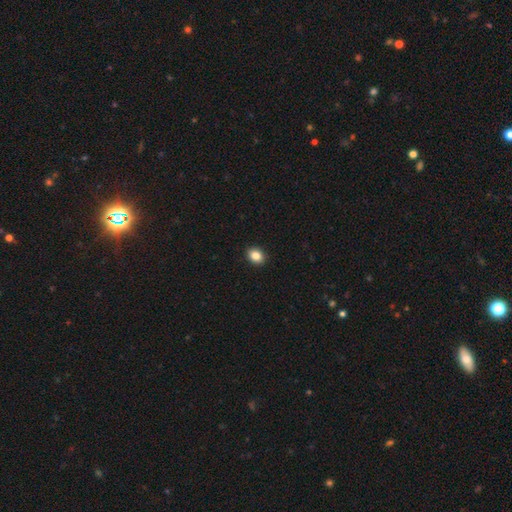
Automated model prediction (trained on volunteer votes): Smooth or featured? smooth (86%)
How rounded? in between (51%)
Merging? none (92%)